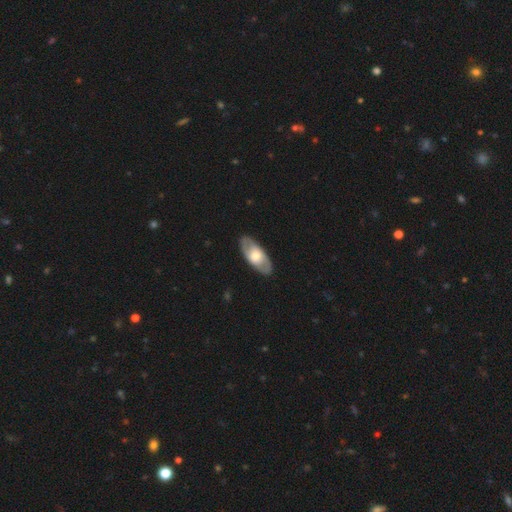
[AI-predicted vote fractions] Smooth or featured: featured or disk — 53% (smooth — 42%)
Edge-on disk: no — 83% (yes — 17%)
Merging: none — 87% (minor disturbance — 9%)